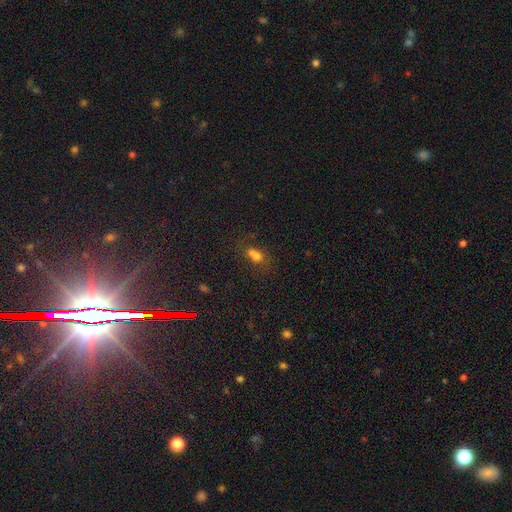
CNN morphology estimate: type=smooth (66%); roundness=round (52%); merging=merger (53%).